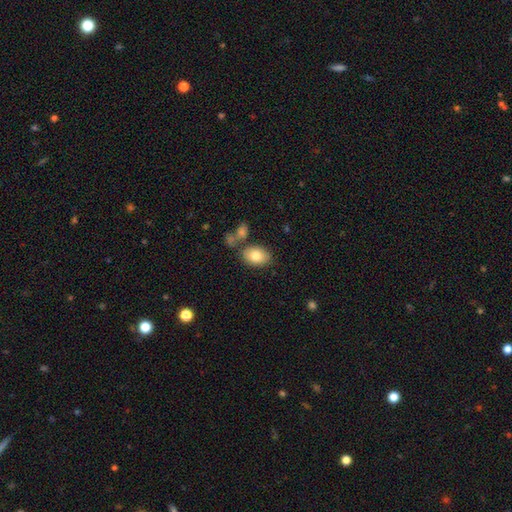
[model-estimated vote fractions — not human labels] Overall: smooth (80%). How rounded: in between (81%). Merging: none (71%).